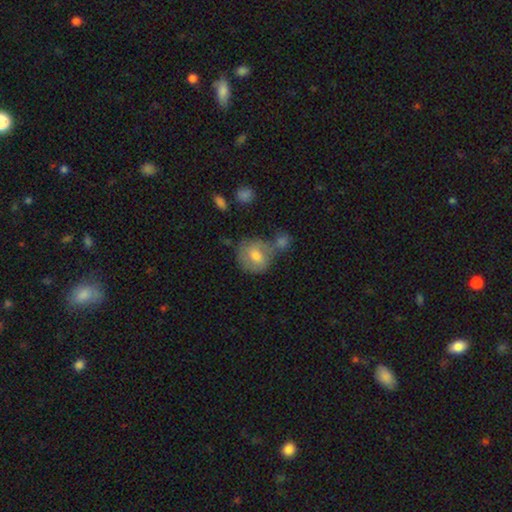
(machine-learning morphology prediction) The model was most divided on "merging": none: 41%, merger: 28%, minor disturbance: 20%, major disturbance: 11%. More confident: how rounded — round (68%); smooth or featured — smooth (62%).